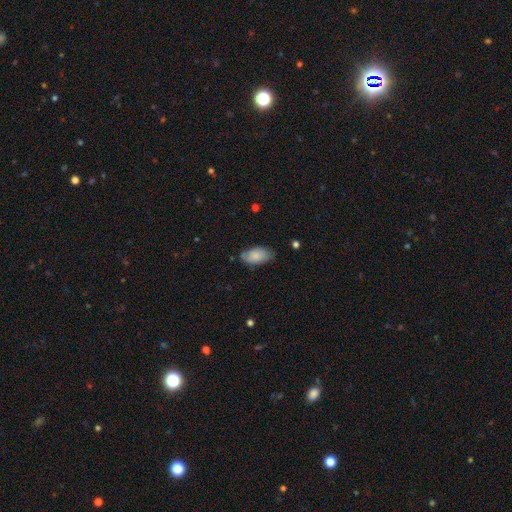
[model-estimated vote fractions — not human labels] smooth_or_featured: smooth (p=0.79) [alt: featured or disk p=0.14]
how_rounded: in between (p=0.94) [alt: round p=0.03]
merging: none (p=0.66) [alt: minor disturbance p=0.26]